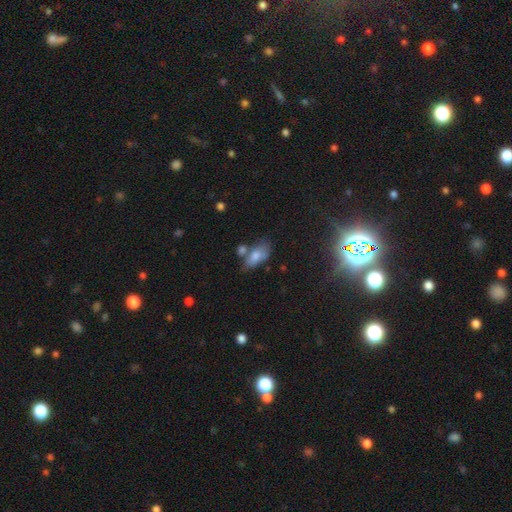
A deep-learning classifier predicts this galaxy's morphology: Overall: smooth (70%). How rounded: in between (88%). Merging: none (43%; minor disturbance 24%).